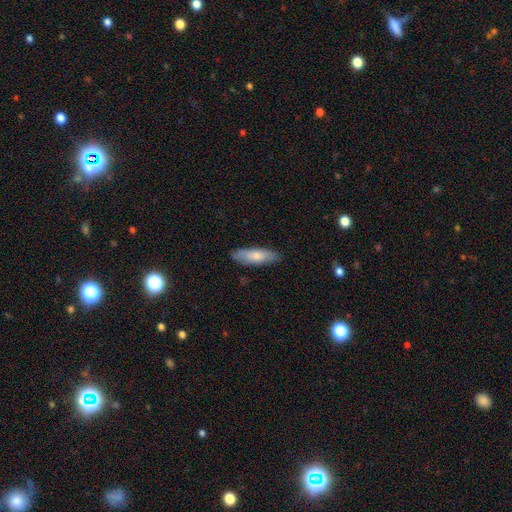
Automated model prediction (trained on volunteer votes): Overall: smooth (74%). How rounded: in between (51%; cigar-shaped 48%). Merging: none (83%).